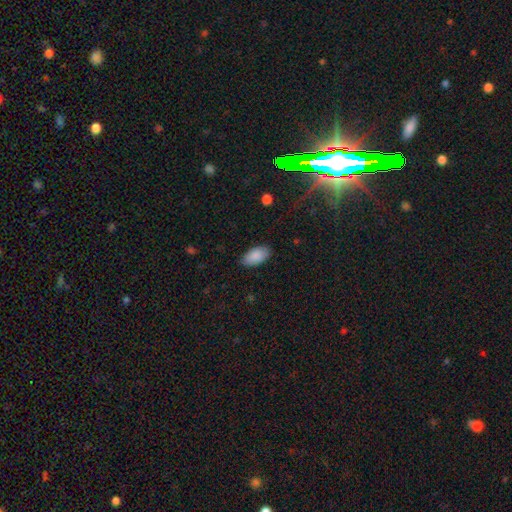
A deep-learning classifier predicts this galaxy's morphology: This is clearly a smooth galaxy (90%). How rounded: clearly in between (95%). Merging: clearly none (84%).